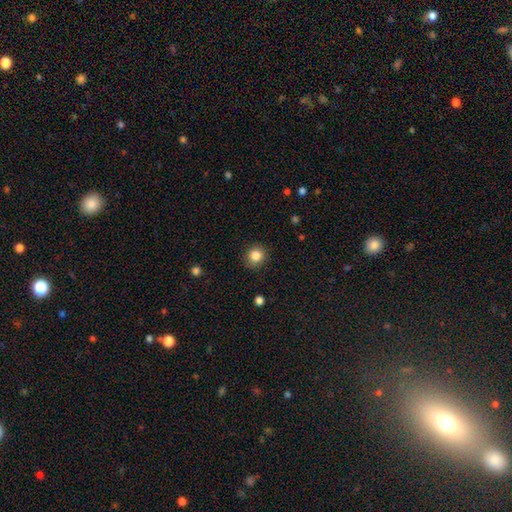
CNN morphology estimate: Smooth or featured?
  - smooth: 84% *
  - star or artifact: 10%
  - featured or disk: 6%
How rounded?
  - round: 85% *
  - in between: 14%
  - cigar-shaped: 1%
Merging?
  - none: 88% *
  - minor disturbance: 8%
  - major disturbance: 2%
  - merger: 1%